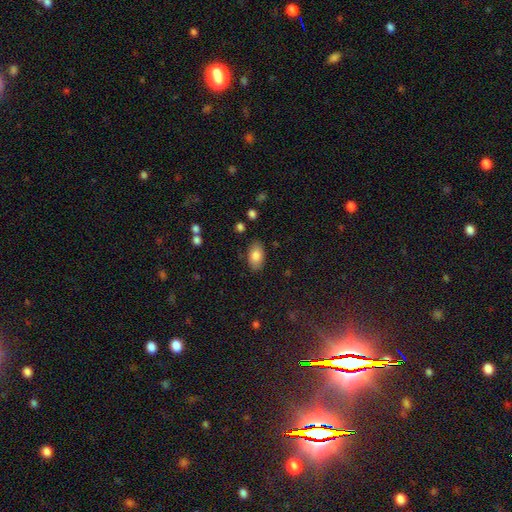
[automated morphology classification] A smooth galaxy with no disk features (83%) that is in between round and cigar-shaped (92%). Merging: none (85%).